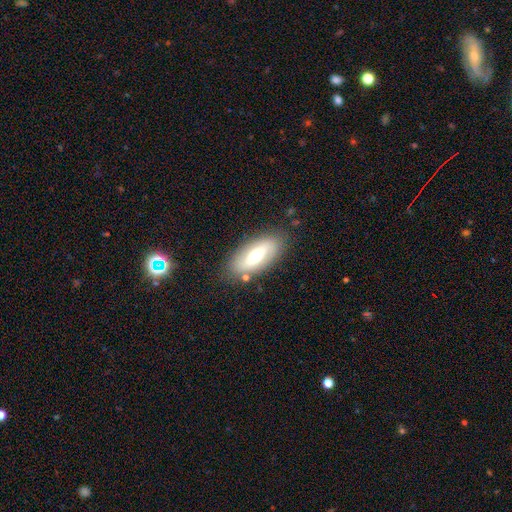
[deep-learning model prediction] The model was most divided on "smooth or featured": smooth: 50%, featured or disk: 43%, star or artifact: 7%. More confident: how rounded — in between (84%); merging — none (82%).